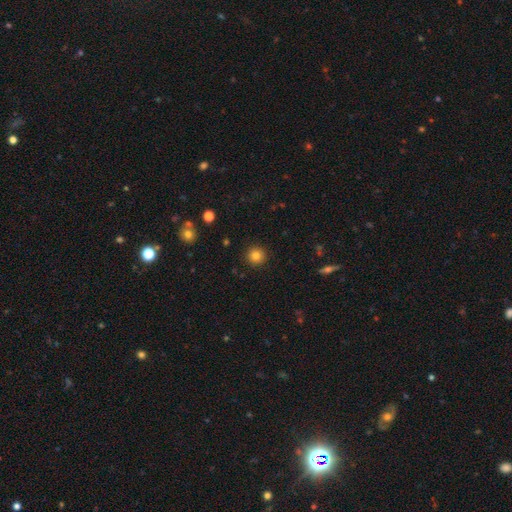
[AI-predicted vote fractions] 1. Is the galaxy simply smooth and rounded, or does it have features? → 83% smooth, 12% star or artifact, 6% featured or disk.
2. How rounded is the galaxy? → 94% round, 5% in between, 1% cigar-shaped.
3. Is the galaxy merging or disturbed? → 92% none, 5% minor disturbance, 2% major disturbance, 1% merger.